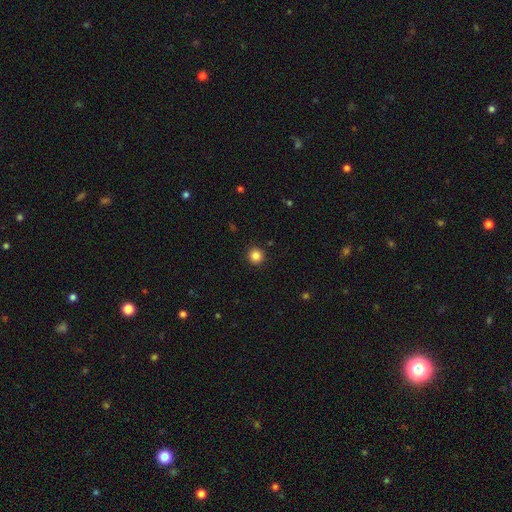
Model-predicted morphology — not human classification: Overall: smooth (85%). How rounded: round (95%). Merging: none (92%).